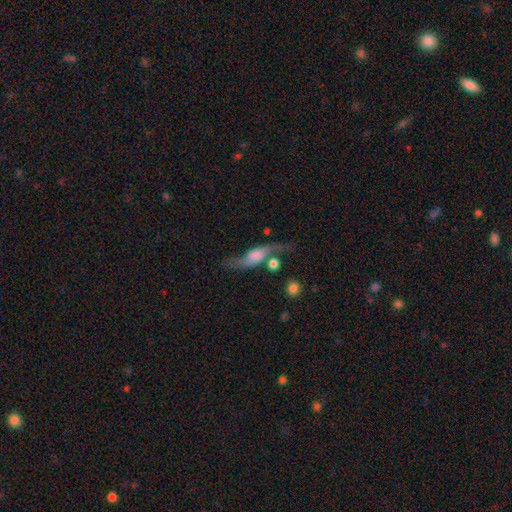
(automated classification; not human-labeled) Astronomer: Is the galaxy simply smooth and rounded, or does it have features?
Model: featured or disk — 68%.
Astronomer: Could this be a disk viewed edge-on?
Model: no — 76%.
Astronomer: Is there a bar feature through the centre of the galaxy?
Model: no — 58%.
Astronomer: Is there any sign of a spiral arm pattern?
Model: yes — 88%.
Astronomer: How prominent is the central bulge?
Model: none — 37% (runner-up: large, 20%).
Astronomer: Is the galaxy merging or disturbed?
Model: none — 50%.